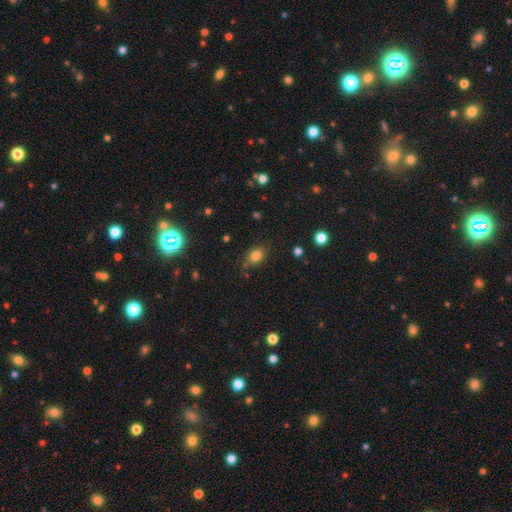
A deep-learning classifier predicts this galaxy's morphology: A smooth galaxy with no disk features (79%) that is in between round and cigar-shaped (57%). Merging: none (77%).